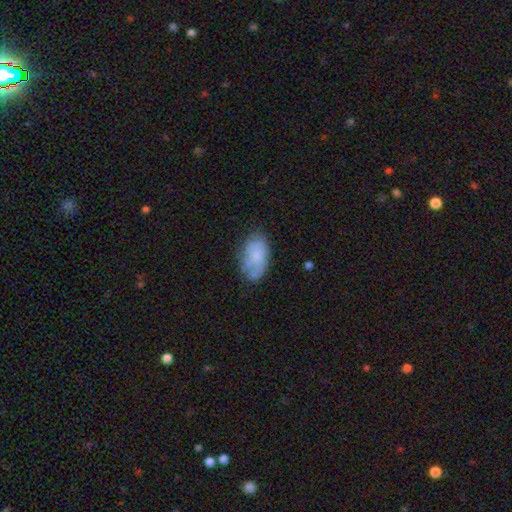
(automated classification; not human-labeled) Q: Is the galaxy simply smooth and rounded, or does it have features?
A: smooth — 59%.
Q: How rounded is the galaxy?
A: in between — 92%.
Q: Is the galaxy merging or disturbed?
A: none — 57%.